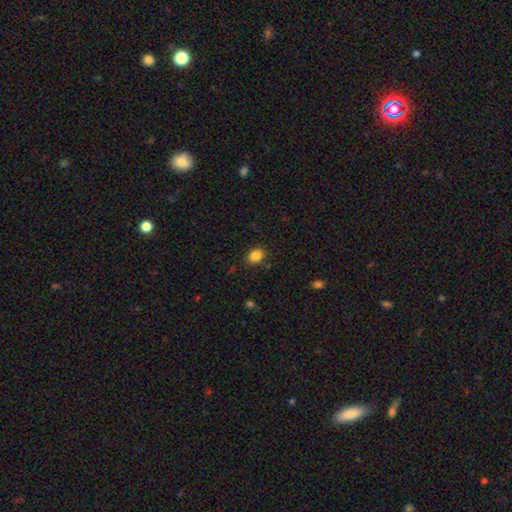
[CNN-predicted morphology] This appears to be a smooth galaxy with no disk features (86%) that is in between round and cigar-shaped (62%). Merging: none (84%).